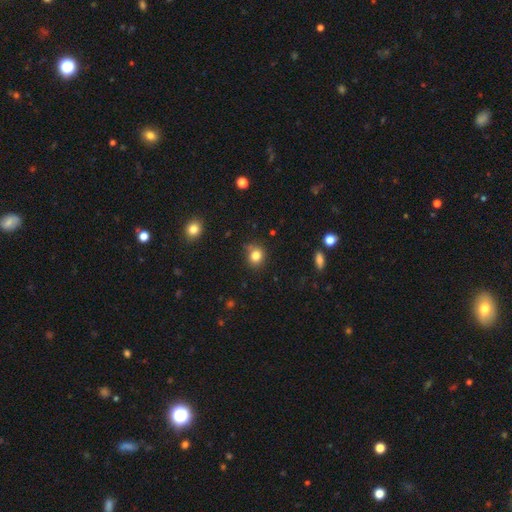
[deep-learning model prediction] This is clearly a smooth galaxy (82%). How rounded: clearly round (81%). Merging: likely none (77%).